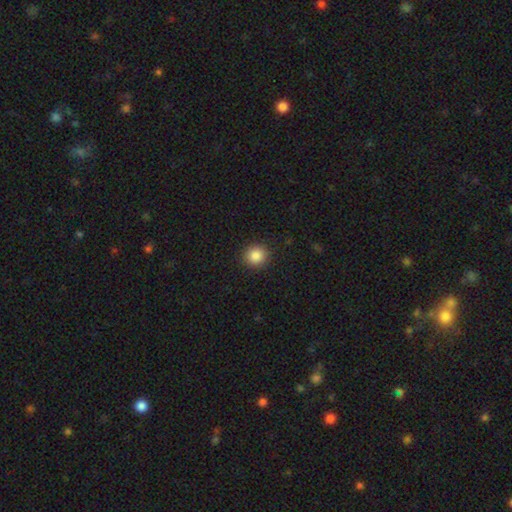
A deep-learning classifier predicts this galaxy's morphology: Smooth or featured?
  - smooth: 86% *
  - star or artifact: 10%
  - featured or disk: 4%
How rounded?
  - round: 90% *
  - in between: 9%
  - cigar-shaped: 1%
Merging?
  - none: 91% *
  - minor disturbance: 6%
  - major disturbance: 2%
  - merger: 1%